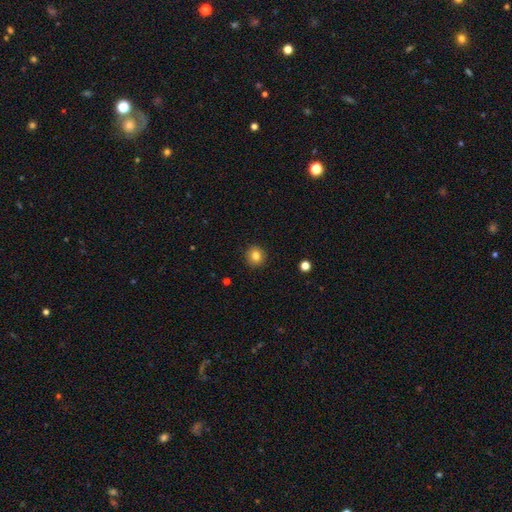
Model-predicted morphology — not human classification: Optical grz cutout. It shows a smooth galaxy with no disk features (82%) that is round (92%). Merging: none (91%).